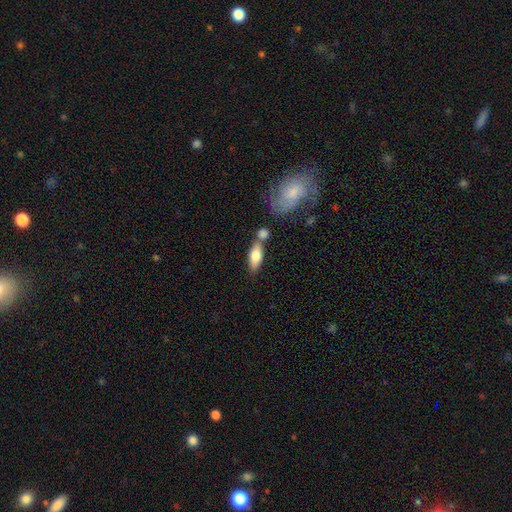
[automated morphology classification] Smooth or featured: smooth — 71% (featured or disk — 23%)
How rounded: in between — 72% (cigar-shaped — 25%)
Merging: none — 54% (merger — 27%)